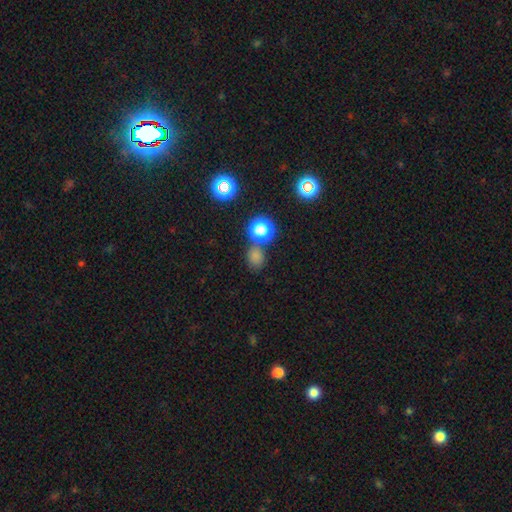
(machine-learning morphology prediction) Smooth or featured: smooth — 67% (star or artifact — 27%)
How rounded: round — 64% (in between — 35%)
Merging: none — 67% (merger — 16%)